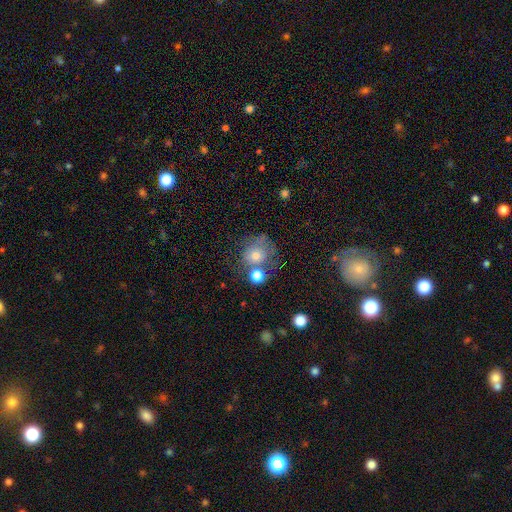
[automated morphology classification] type=smooth (68%); roundness=round (80%); merging=none (45%).